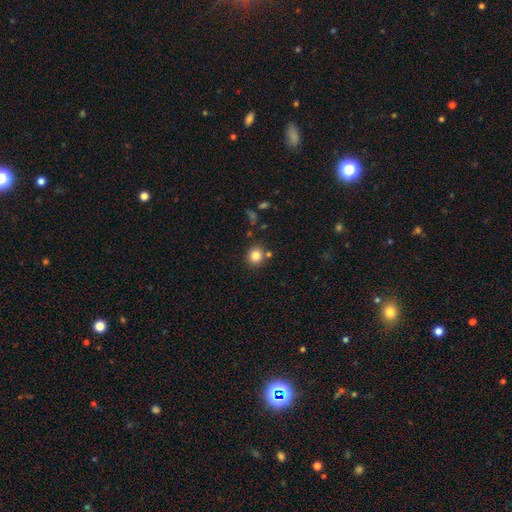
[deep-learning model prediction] Smooth or featured?
  - smooth: 82% *
  - star or artifact: 11%
  - featured or disk: 6%
How rounded?
  - round: 87% *
  - in between: 12%
  - cigar-shaped: 1%
Merging?
  - none: 80% *
  - minor disturbance: 9%
  - merger: 8%
  - major disturbance: 3%